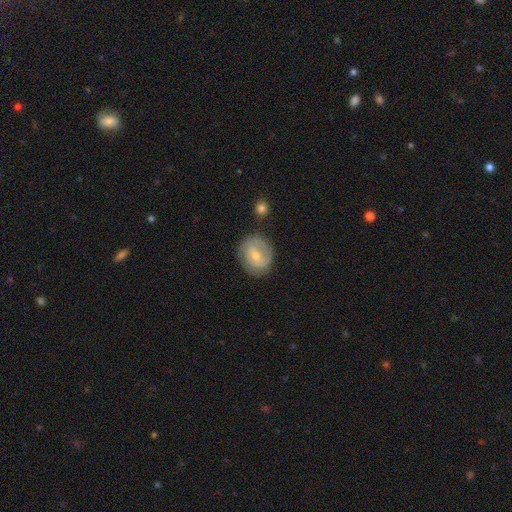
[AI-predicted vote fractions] Smooth or featured? featured or disk (55%)
Edge-on disk? no (96%)
Bar? weak (46%)
Spiral arms? yes (69%)
Bulge size? small (52%)
Merging? none (76%)